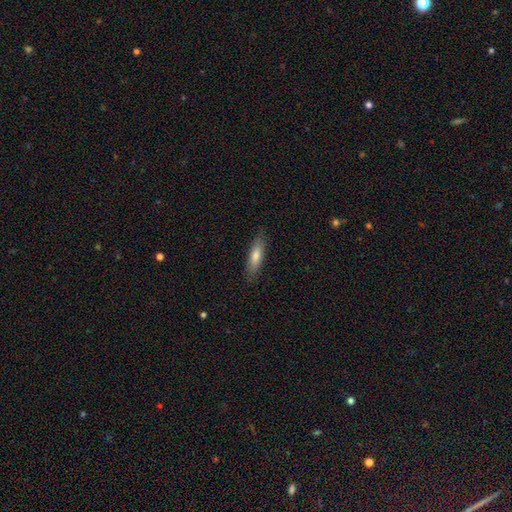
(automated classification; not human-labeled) This appears to be a smooth galaxy with no disk features (75%) that is cigar-shaped (63%). Merging: none (86%).